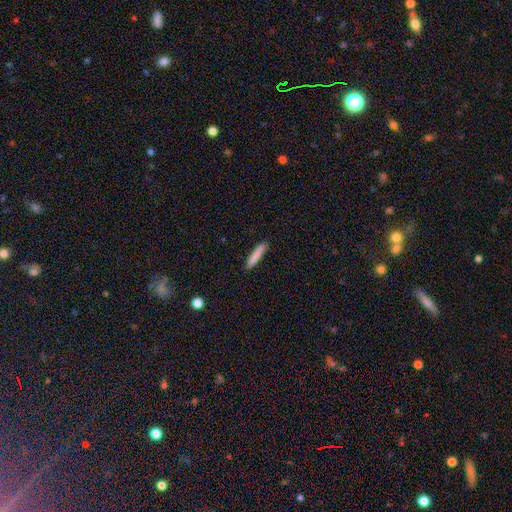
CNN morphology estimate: Overall: smooth (83%). How rounded: cigar-shaped (91%). Merging: none (88%).